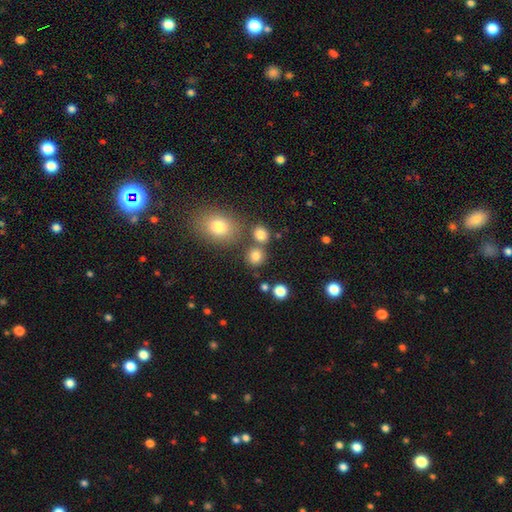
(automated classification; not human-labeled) Overall: smooth (79%). How rounded: round (85%). Merging: none (72%).